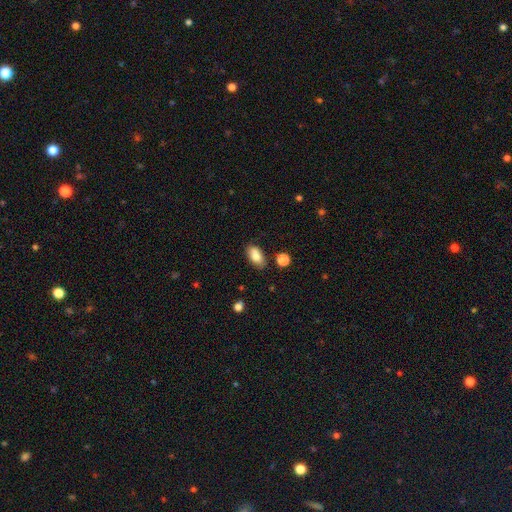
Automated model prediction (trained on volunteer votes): Smooth or featured?
  - smooth: 81% *
  - featured or disk: 11%
  - star or artifact: 8%
How rounded?
  - in between: 90% *
  - round: 5%
  - cigar-shaped: 5%
Merging?
  - none: 77% *
  - minor disturbance: 14%
  - merger: 5%
  - major disturbance: 3%